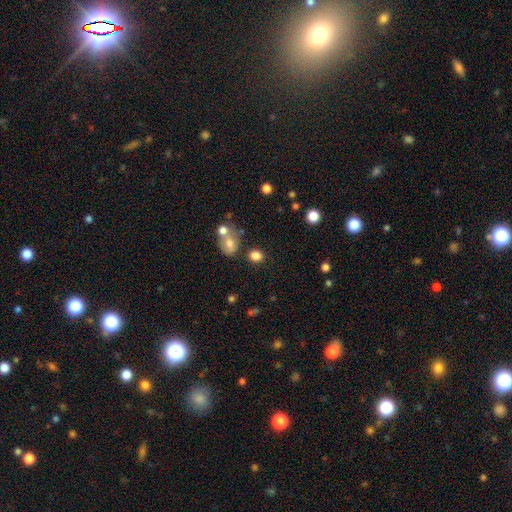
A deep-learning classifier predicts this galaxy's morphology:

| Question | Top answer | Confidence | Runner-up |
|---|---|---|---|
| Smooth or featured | smooth | 81% | star or artifact (12%) |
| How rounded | round | 61% | in between (38%) |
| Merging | none | 69% | merger (14%) |